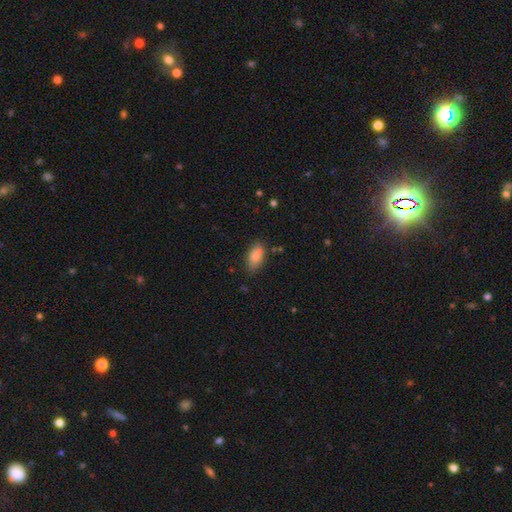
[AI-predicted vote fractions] Smooth or featured: smooth — 79% (featured or disk — 12%)
How rounded: in between — 88% (cigar-shaped — 7%)
Merging: none — 69% (minor disturbance — 20%)